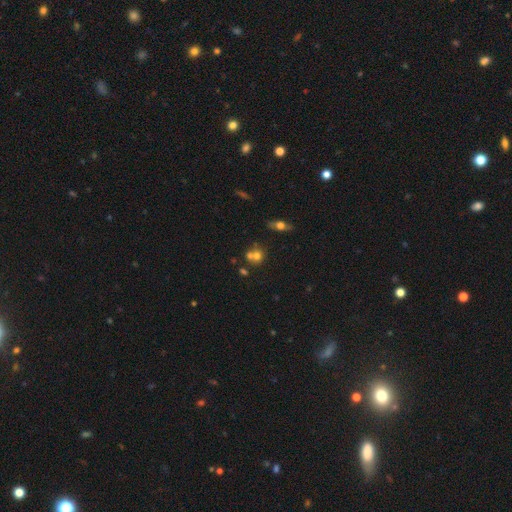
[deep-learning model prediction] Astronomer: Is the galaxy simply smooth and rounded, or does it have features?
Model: smooth — 63%.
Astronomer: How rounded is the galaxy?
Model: round — 77%.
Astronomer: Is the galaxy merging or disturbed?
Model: merger — 48% (runner-up: none, 40%).